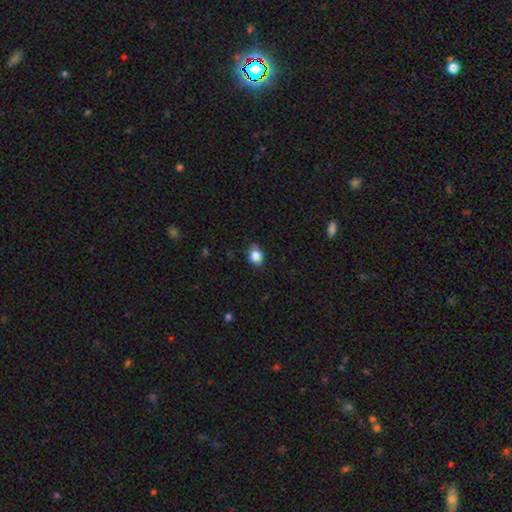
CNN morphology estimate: This is clearly a smooth galaxy (85%). How rounded: likely in between (62%). Merging: clearly none (81%).